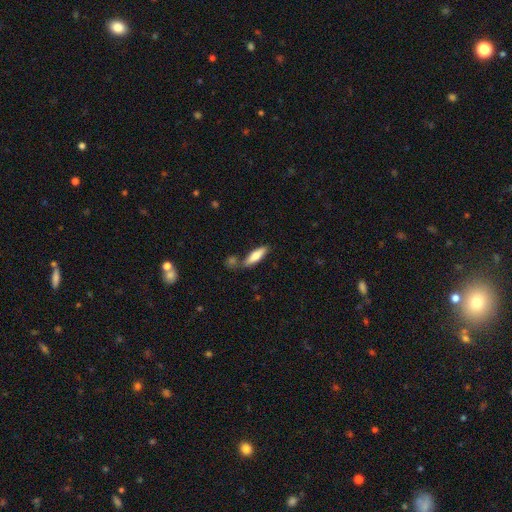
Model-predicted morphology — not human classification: smooth 70%, featured or disk 24%, star or artifact 6%. Down the decision tree: how rounded — cigar-shaped (62%); merging — none (70%).